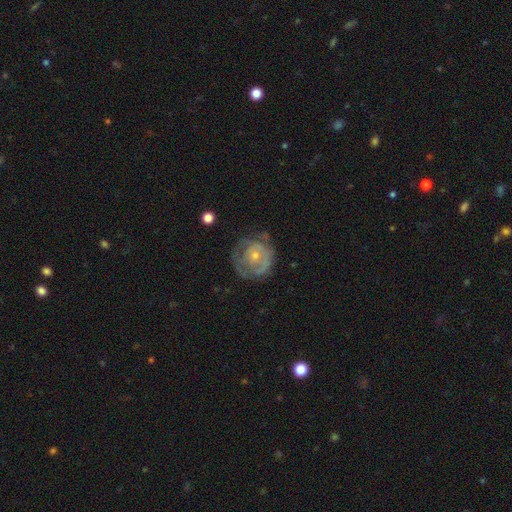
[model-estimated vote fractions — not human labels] featured or disk 64%, smooth 30%, star or artifact 7%. Down the decision tree: edge-on disk — no (97%); bar — no (85%); spiral arms — yes (55%); bulge size — small (63%); merging — none (56%).